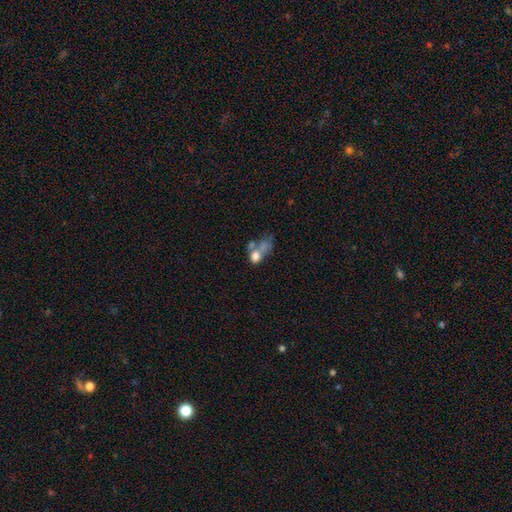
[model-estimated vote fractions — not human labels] A smooth galaxy with no disk features (64%) that is in between round and cigar-shaped (53%).

Vote fractions:
- Smooth or featured? smooth: 64% / featured or disk: 23% / star or artifact: 13%
- How rounded? in between: 53% / round: 45% / cigar-shaped: 2%
- Merging? merger: 55% / none: 20% / major disturbance: 16% / minor disturbance: 10%